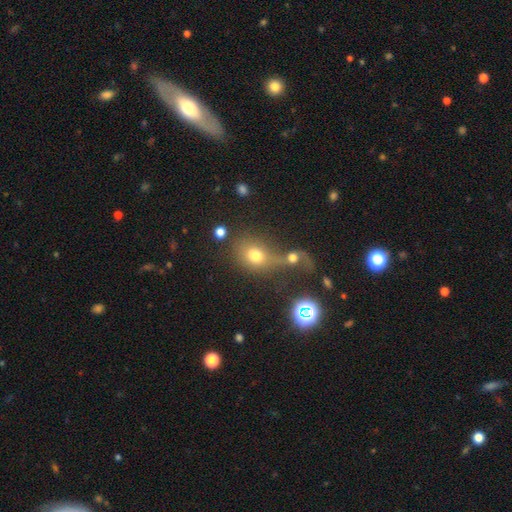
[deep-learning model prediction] smooth 68%, star or artifact 16%, featured or disk 16%. Down the decision tree: how rounded — round (55%); merging — merger (51%).